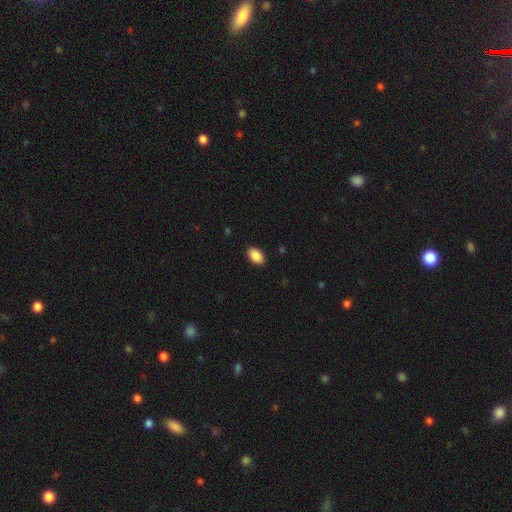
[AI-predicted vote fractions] Smooth or featured?
  - smooth: 90% *
  - star or artifact: 7%
  - featured or disk: 3%
How rounded?
  - in between: 92% *
  - round: 7%
  - cigar-shaped: 1%
Merging?
  - none: 90% *
  - minor disturbance: 8%
  - major disturbance: 2%
  - merger: 1%